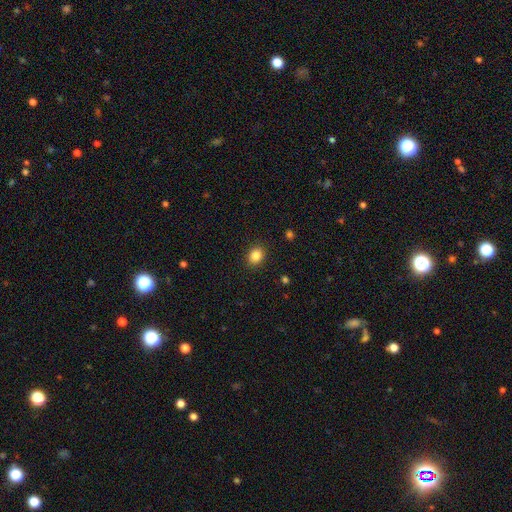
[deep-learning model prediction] The model was most divided on "how rounded": in between: 50%, round: 49%, cigar-shaped: 1%. More confident: merging — none (89%); smooth or featured — smooth (85%).